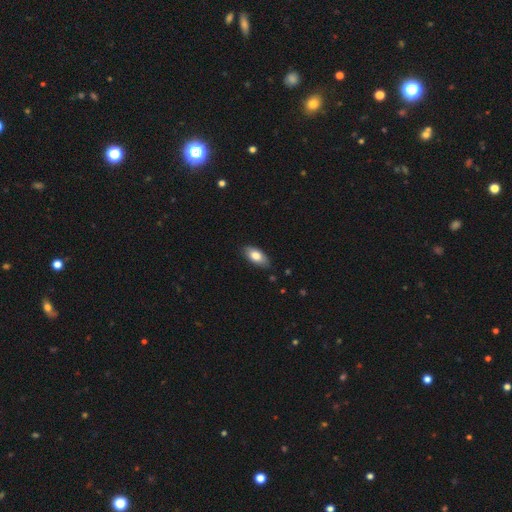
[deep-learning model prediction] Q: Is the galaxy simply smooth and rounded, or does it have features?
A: smooth — 79%.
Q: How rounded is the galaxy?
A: in between — 91%.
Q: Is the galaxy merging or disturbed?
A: none — 83%.